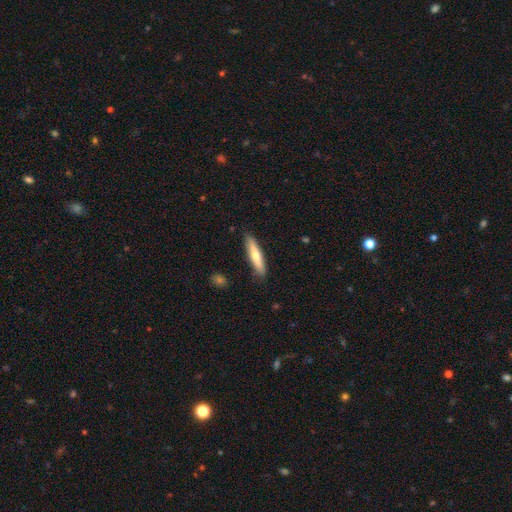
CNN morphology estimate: smooth 59%, featured or disk 36%, star or artifact 6%. Down the decision tree: how rounded — cigar-shaped (85%); merging — none (87%).